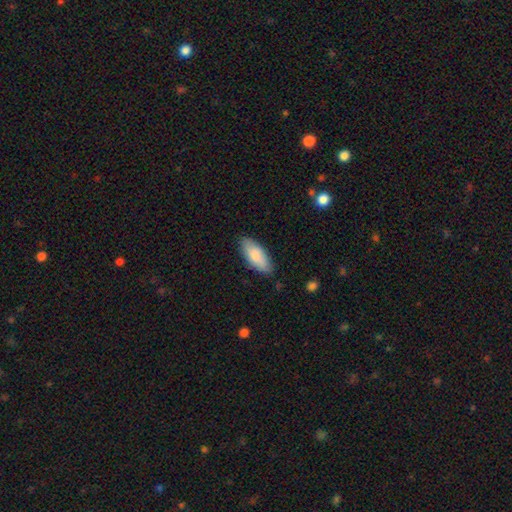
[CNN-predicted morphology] A smooth galaxy with no disk features (81%) that is in between round and cigar-shaped (84%). Merging: none (82%).